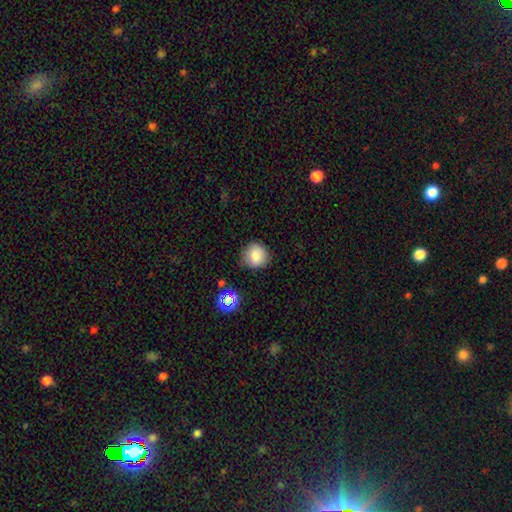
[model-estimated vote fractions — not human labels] smooth-or-featured: smooth: 80% | star or artifact: 12% | featured or disk: 8%
  how-rounded: round: 90% | in between: 9% | cigar-shaped: 1%
  merging: none: 80% | minor disturbance: 14% | major disturbance: 3% | merger: 2%